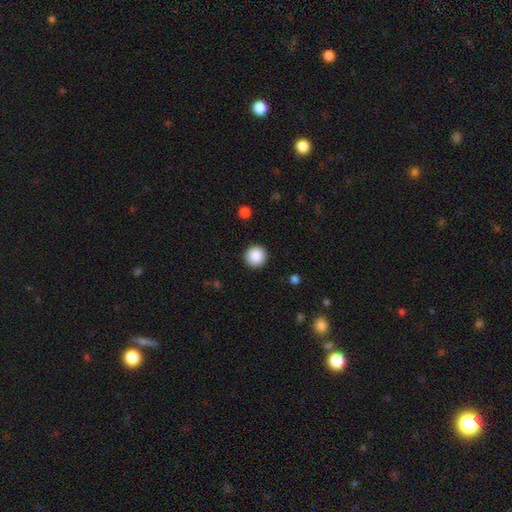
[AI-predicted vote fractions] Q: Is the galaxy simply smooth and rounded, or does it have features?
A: smooth — 88%.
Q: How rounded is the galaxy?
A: round — 96%.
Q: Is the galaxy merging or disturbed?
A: none — 92%.